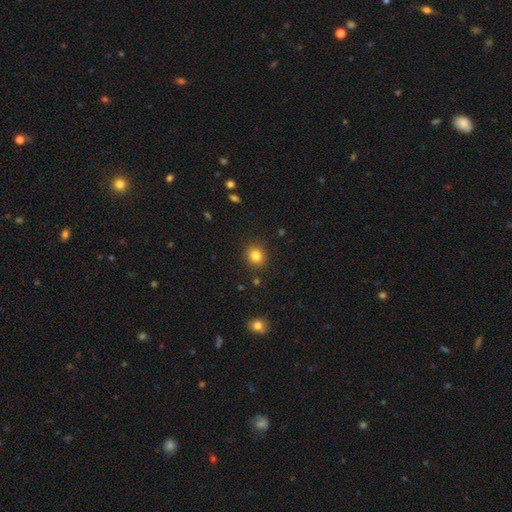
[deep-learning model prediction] Overall: smooth (83%). How rounded: round (81%). Merging: none (89%).